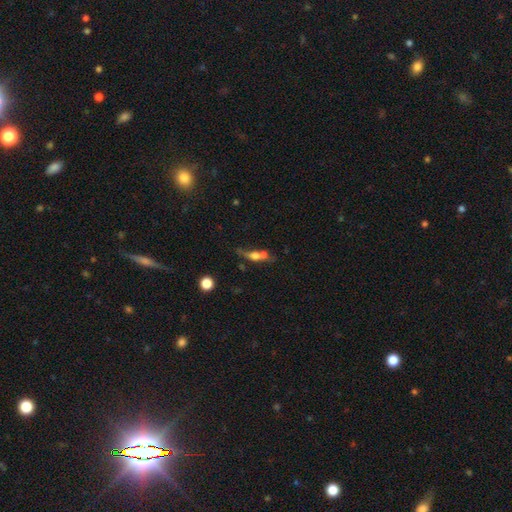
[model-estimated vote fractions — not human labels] Smooth or featured? smooth (50%)
Merging? merger (43%)